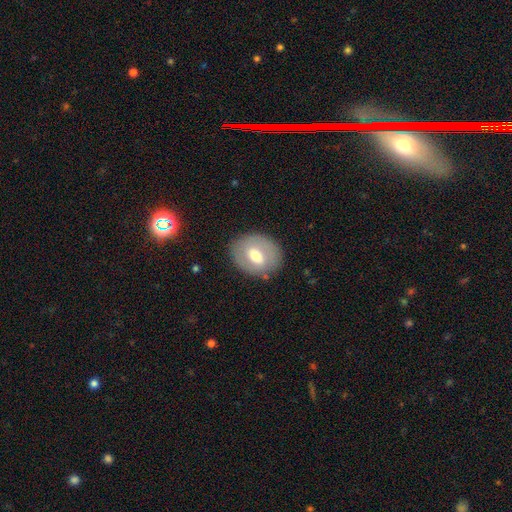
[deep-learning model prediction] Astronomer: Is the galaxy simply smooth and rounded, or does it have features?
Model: smooth — 53% (runner-up: featured or disk, 40%).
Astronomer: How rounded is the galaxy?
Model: in between — 54% (runner-up: round, 45%).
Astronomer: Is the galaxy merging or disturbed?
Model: none — 83%.